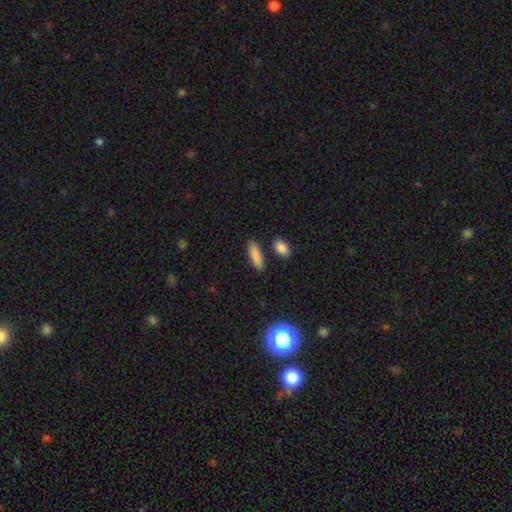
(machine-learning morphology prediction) smooth_or_featured: smooth (p=0.86) [alt: star or artifact p=0.07]
how_rounded: cigar-shaped (p=0.52) [alt: in between p=0.46]
merging: none (p=0.84) [alt: minor disturbance p=0.09]